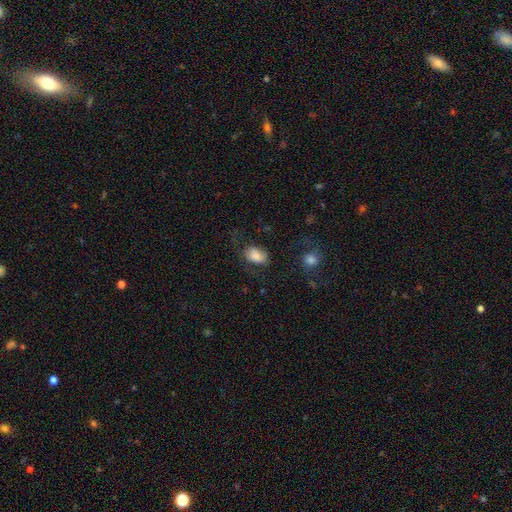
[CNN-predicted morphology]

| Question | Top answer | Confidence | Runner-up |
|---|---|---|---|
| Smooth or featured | smooth | 79% | featured or disk (13%) |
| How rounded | in between | 84% | round (14%) |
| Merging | none | 52% | minor disturbance (26%) |